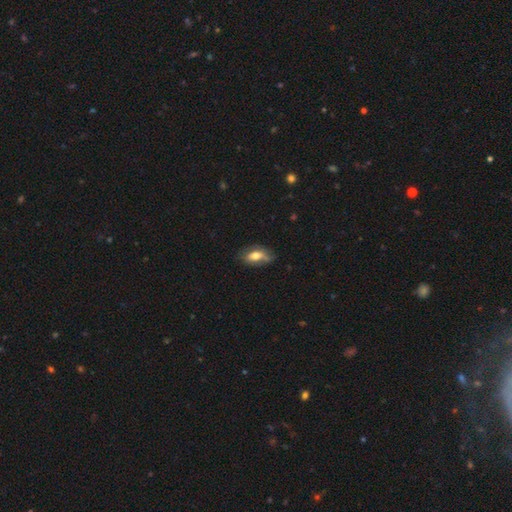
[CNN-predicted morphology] smooth-or-featured: smooth: 58% | featured or disk: 35% | star or artifact: 7%
  how-rounded: in between: 87% | cigar-shaped: 7% | round: 6%
  merging: none: 57% | minor disturbance: 31% | major disturbance: 10% | merger: 3%